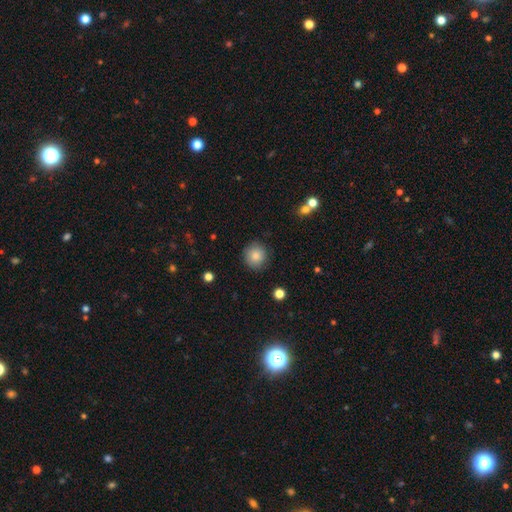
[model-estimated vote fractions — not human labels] The model was most divided on "smooth or featured": smooth: 83%, star or artifact: 9%, featured or disk: 8%. More confident: how rounded — round (91%); merging — none (87%).